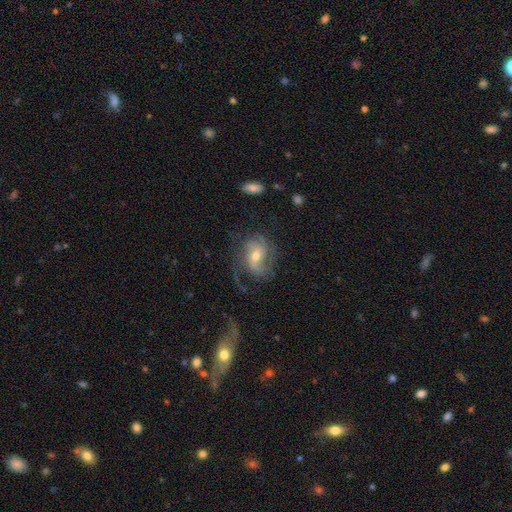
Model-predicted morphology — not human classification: A featured or disk galaxy (81%) with no bar (54%), 2 (33%) medium (44%) spiral arms (94%) and a moderate central bulge (55%).

Vote fractions:
- Smooth or featured? featured or disk: 81% / smooth: 12% / star or artifact: 7%
- Edge-on disk? no: 97% / yes: 3%
- Bar? no: 54% / weak: 36% / strong: 10%
- Spiral arms? yes: 94% / no: 6%
- Spiral winding? medium: 44% / tight: 31% / loose: 24%
- Spiral arm count? 2: 33% / 3: 27% / can't tell: 21% / 1: 7% / 4: 7% / more than 4: 5%
- Bulge size? moderate: 55% / small: 40% / large: 3% / none: 1% / dominant: 1%
- Merging? none: 58% / major disturbance: 21% / minor disturbance: 20% / merger: 2%